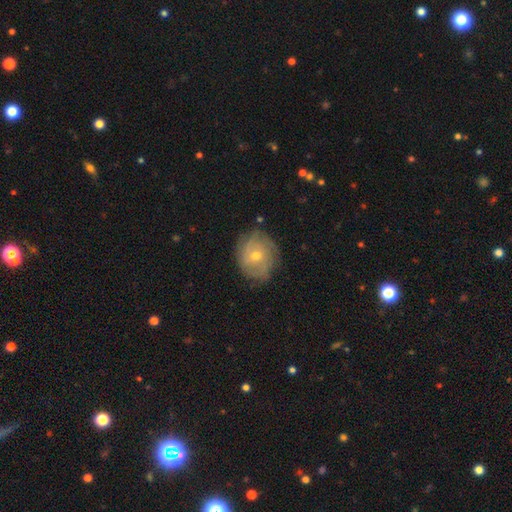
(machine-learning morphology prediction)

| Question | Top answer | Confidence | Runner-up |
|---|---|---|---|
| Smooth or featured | featured or disk | 56% | smooth (35%) |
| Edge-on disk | no | 96% | yes (4%) |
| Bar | no | 74% | weak (22%) |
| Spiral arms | yes | 70% | no (30%) |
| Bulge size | moderate | 52% | small (45%) |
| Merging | none | 72% | minor disturbance (21%) |